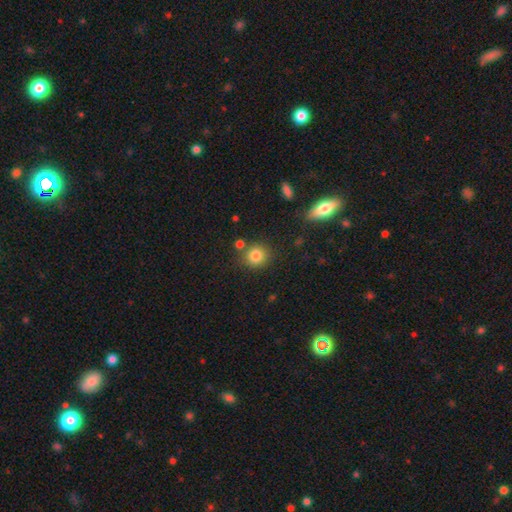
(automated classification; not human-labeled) Smooth or featured? smooth (83%)
How rounded? round (86%)
Merging? none (79%)